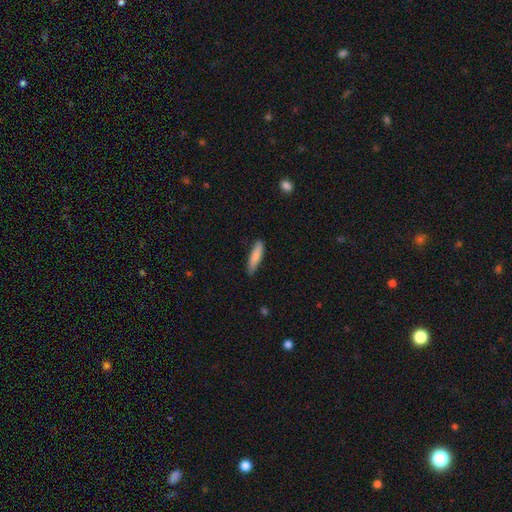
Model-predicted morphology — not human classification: Overall: smooth (83%). How rounded: cigar-shaped (81%). Merging: none (82%).